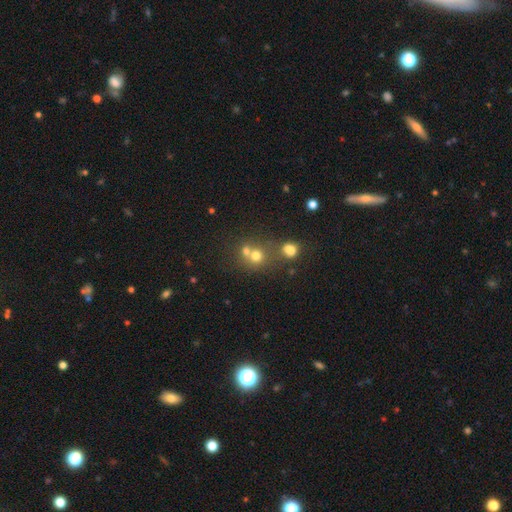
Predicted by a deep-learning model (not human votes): Smooth or featured? smooth (68%)
How rounded? round (81%)
Merging? merger (47%)